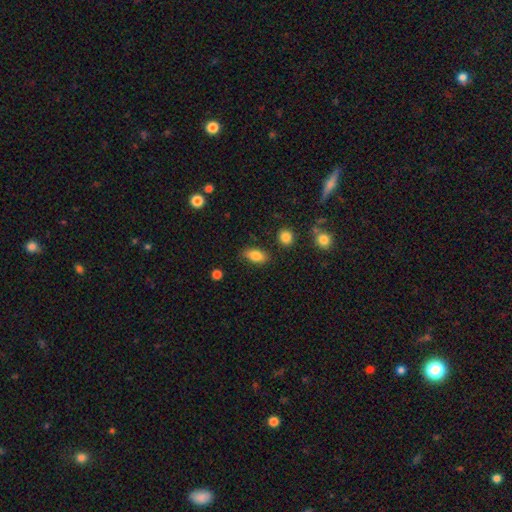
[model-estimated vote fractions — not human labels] A smooth galaxy with no disk features (83%) that is in between round and cigar-shaped (87%). Merging: none (83%).